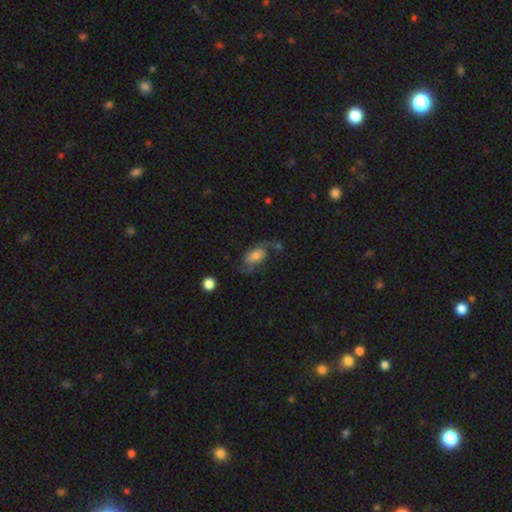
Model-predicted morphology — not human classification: Smooth or featured? Predicted: featured or disk (p=0.65). Edge-on disk? Predicted: no (p=0.95). Bar? Predicted: no (p=0.59). Spiral arms? Predicted: yes (p=0.90). Spiral winding? Predicted: loose (p=0.53). Spiral arm count? Predicted: 2 (p=0.86). Bulge size? Predicted: moderate (p=0.36). Merging? Predicted: none (p=0.51).